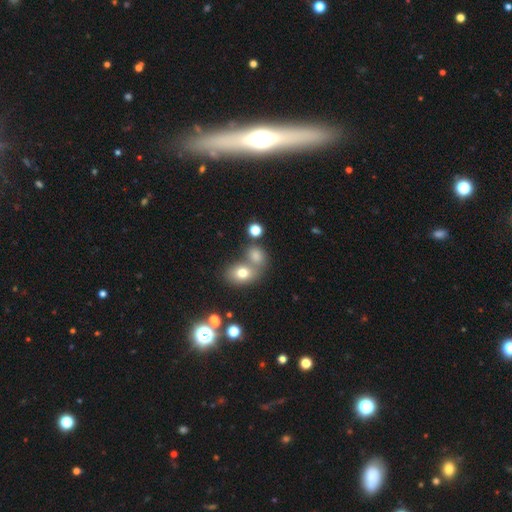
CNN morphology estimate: Smooth or featured: smooth — 75% (star or artifact — 14%)
How rounded: in between — 52% (round — 46%)
Merging: merger — 45% (none — 41%)